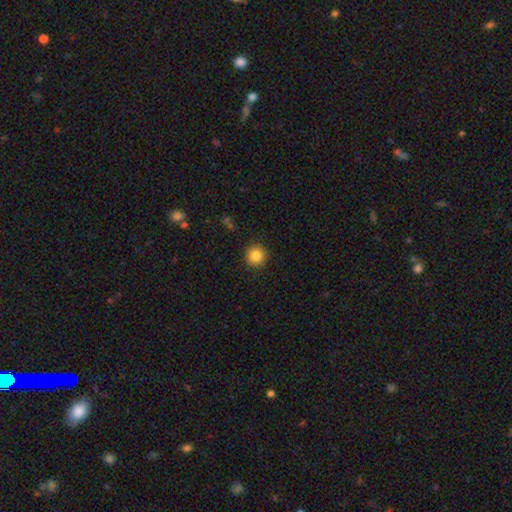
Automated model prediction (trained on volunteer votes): A smooth galaxy with no disk features (85%) that is round (95%).

Vote fractions:
- Smooth or featured? smooth: 85% / star or artifact: 10% / featured or disk: 5%
- How rounded? round: 95% / in between: 4% / cigar-shaped: 1%
- Merging? none: 91% / minor disturbance: 6% / major disturbance: 2% / merger: 1%